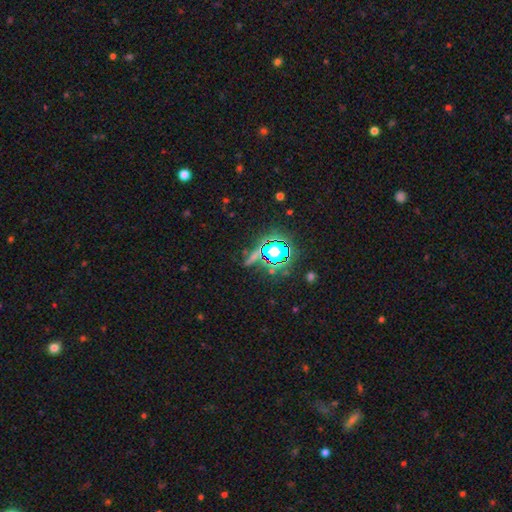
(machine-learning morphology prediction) star or artifact 78%, smooth 13%, featured or disk 9%.